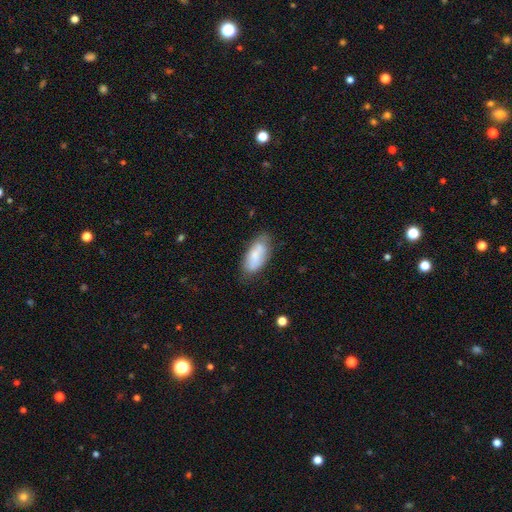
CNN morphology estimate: smooth 69%, featured or disk 24%, star or artifact 7%. Down the decision tree: how rounded — in between (88%); merging — none (60%).